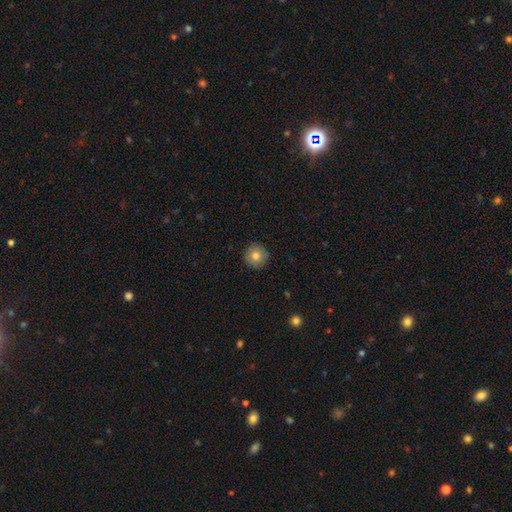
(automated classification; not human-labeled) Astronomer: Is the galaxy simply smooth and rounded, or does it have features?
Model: smooth — 80%.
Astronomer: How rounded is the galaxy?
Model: round — 96%.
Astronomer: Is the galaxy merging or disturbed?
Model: none — 92%.